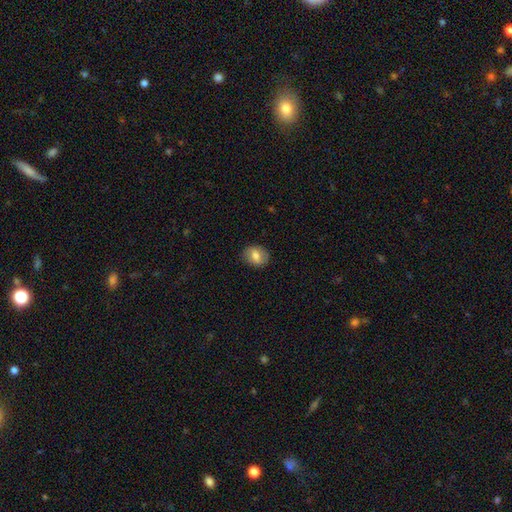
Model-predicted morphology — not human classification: type=smooth (72%); roundness=in between (53%); merging=none (84%).